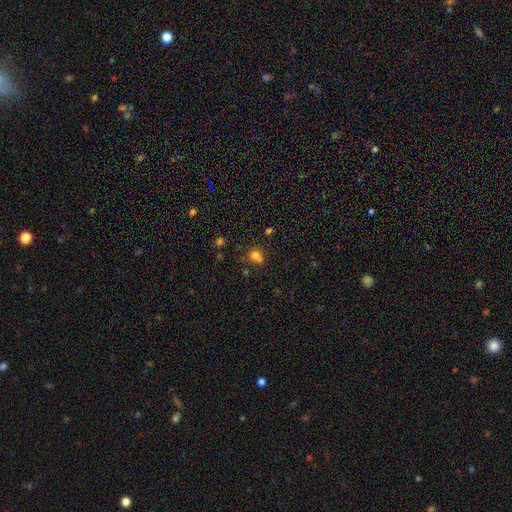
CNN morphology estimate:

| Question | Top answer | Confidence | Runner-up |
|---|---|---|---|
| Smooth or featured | smooth | 72% | star or artifact (17%) |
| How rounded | round | 68% | in between (31%) |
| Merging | none | 46% | merger (32%) |